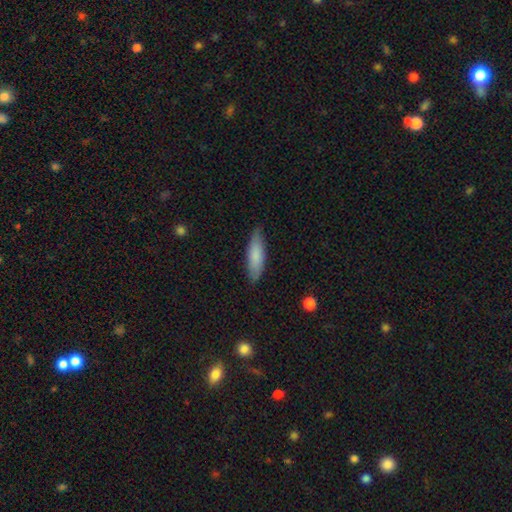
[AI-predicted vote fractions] A smooth galaxy with no disk features (80%) that is cigar-shaped (55%). Merging: none (82%).